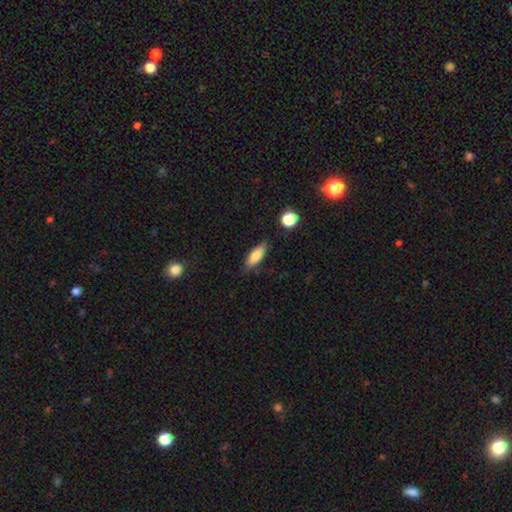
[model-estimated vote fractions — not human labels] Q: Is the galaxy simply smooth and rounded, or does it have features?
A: smooth — 79%.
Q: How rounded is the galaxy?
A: in between — 60%.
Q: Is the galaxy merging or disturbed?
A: none — 80%.